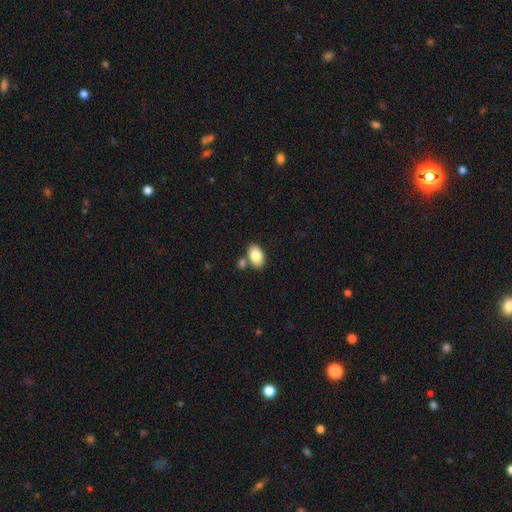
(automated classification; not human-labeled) A smooth galaxy with no disk features (85%) that is in between round and cigar-shaped (92%).

Vote fractions:
- Smooth or featured? smooth: 85% / featured or disk: 8% / star or artifact: 7%
- How rounded? in between: 92% / round: 7% / cigar-shaped: 1%
- Merging? none: 70% / merger: 16% / minor disturbance: 11% / major disturbance: 3%